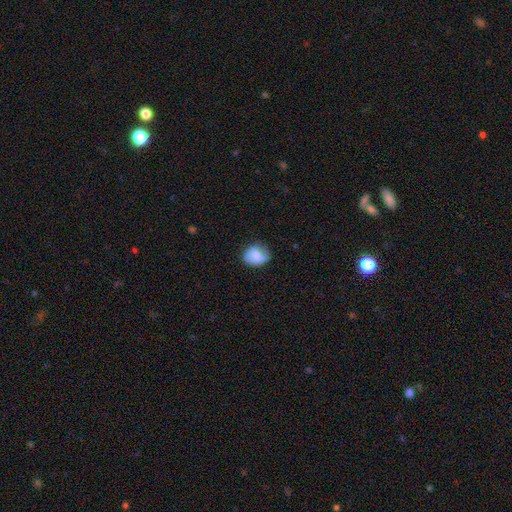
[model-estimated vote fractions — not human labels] This appears to be a smooth galaxy with no disk features (76%) that is round (57%). Merging: none (67%).